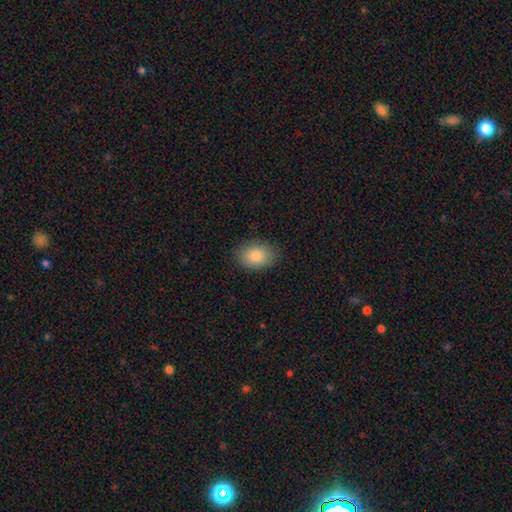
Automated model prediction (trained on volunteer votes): The model was most divided on "how rounded": in between: 77%, round: 22%, cigar-shaped: 1%. More confident: merging — none (87%); smooth or featured — smooth (85%).